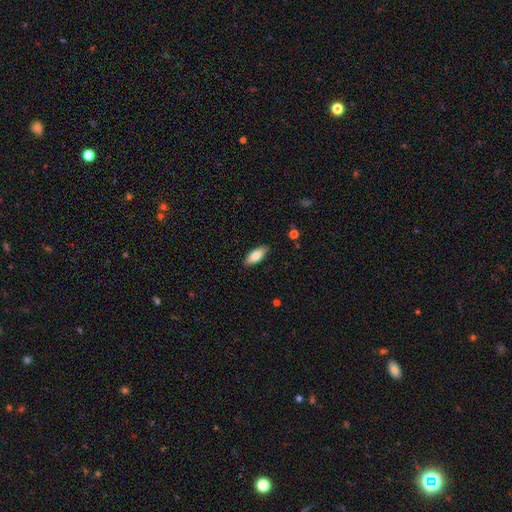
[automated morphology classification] Smooth or featured?
  - smooth: 84% *
  - featured or disk: 10%
  - star or artifact: 6%
How rounded?
  - in between: 77% *
  - cigar-shaped: 21%
  - round: 2%
Merging?
  - none: 87% *
  - minor disturbance: 10%
  - major disturbance: 2%
  - merger: 1%